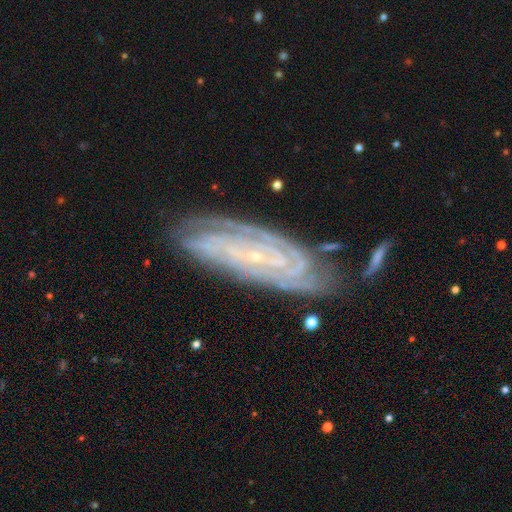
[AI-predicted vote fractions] Smooth or featured? featured or disk (86%)
Edge-on disk? no (89%)
Bar? no (60%)
Spiral arms? yes (97%)
Spiral winding? tight (75%)
Spiral arm count? can't tell (28%)
Bulge size? small (88%)
Merging? none (72%)